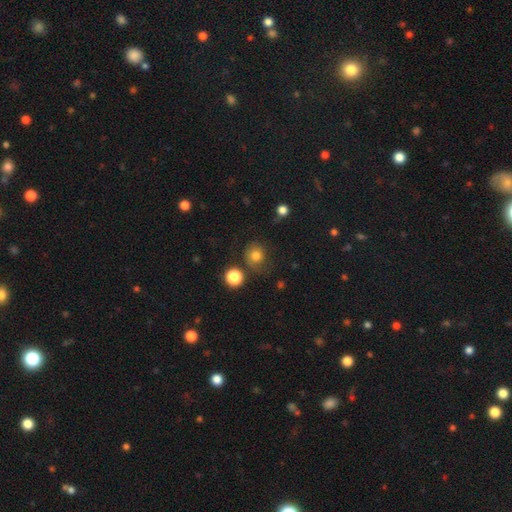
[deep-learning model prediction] This is likely a smooth galaxy (79%). How rounded: clearly round (84%). Merging: likely none (73%).